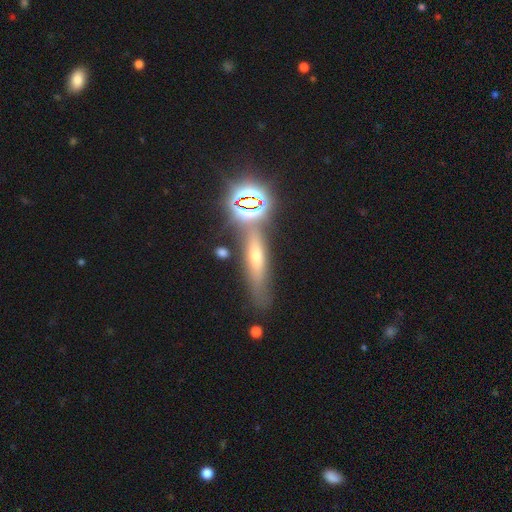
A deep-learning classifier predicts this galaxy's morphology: This appears to be a smooth galaxy with no disk features (39%). Merging: none (72%).